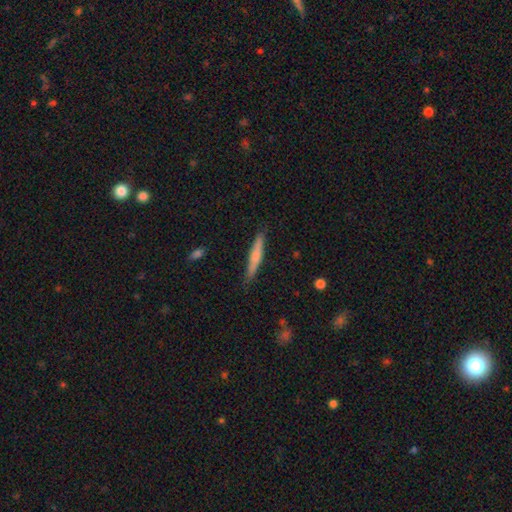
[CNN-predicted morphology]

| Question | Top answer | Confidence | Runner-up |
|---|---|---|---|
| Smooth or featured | smooth | 62% | featured or disk (32%) |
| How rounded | cigar-shaped | 93% | in between (5%) |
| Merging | none | 84% | minor disturbance (12%) |